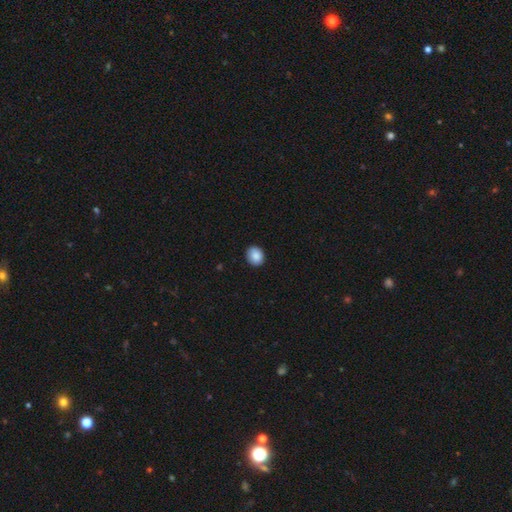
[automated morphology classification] Overall: smooth (88%). How rounded: round (70%). Merging: none (90%).